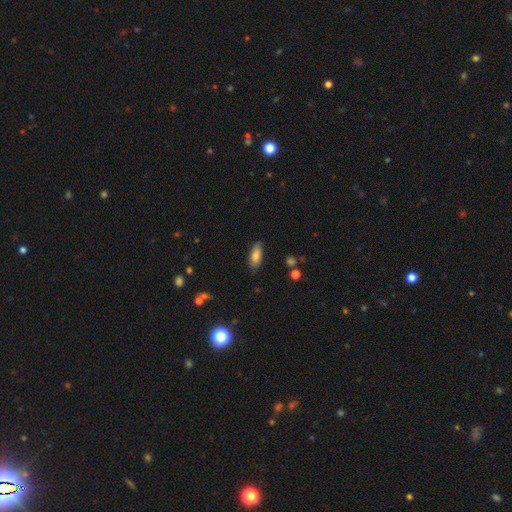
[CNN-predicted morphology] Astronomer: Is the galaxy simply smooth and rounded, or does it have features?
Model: smooth — 80%.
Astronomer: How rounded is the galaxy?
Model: in between — 73%.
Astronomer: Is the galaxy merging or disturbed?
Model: none — 84%.